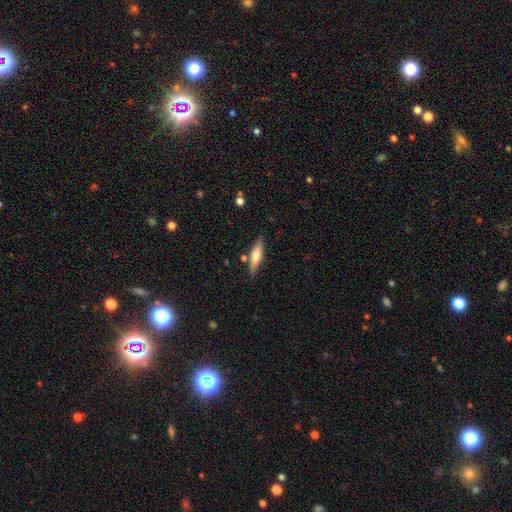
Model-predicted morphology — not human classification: smooth-or-featured: smooth: 58% | featured or disk: 36% | star or artifact: 6%
  how-rounded: cigar-shaped: 70% | in between: 28% | round: 2%
  merging: none: 82% | minor disturbance: 11% | merger: 4% | major disturbance: 2%